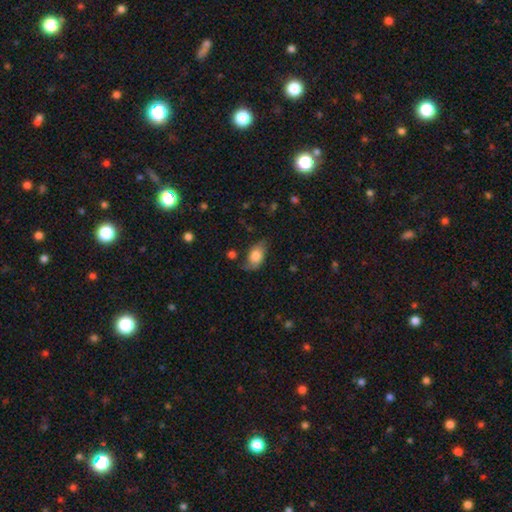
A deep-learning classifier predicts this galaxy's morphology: smooth 72%, featured or disk 21%, star or artifact 8%. Down the decision tree: how rounded — in between (90%); merging — none (59%).